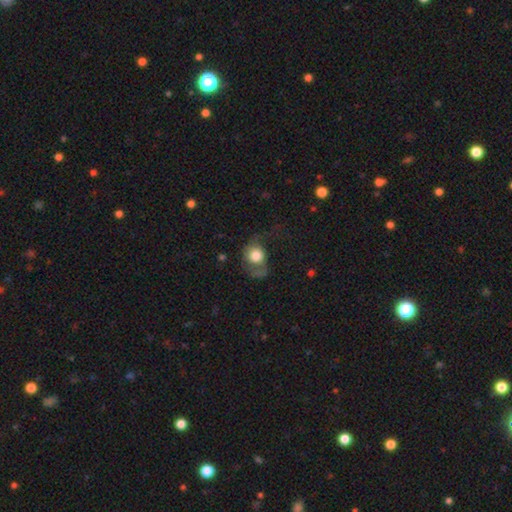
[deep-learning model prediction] Smooth or featured?
  - smooth: 64% *
  - featured or disk: 28%
  - star or artifact: 8%
How rounded?
  - round: 67% *
  - in between: 32%
  - cigar-shaped: 1%
Merging?
  - major disturbance: 46% *
  - none: 29%
  - minor disturbance: 21%
  - merger: 3%